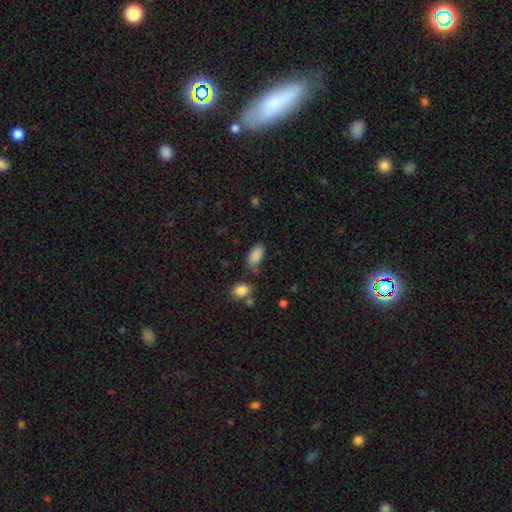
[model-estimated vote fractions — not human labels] smooth 87%, star or artifact 8%, featured or disk 5%. Down the decision tree: how rounded — in between (93%); merging — none (61%).